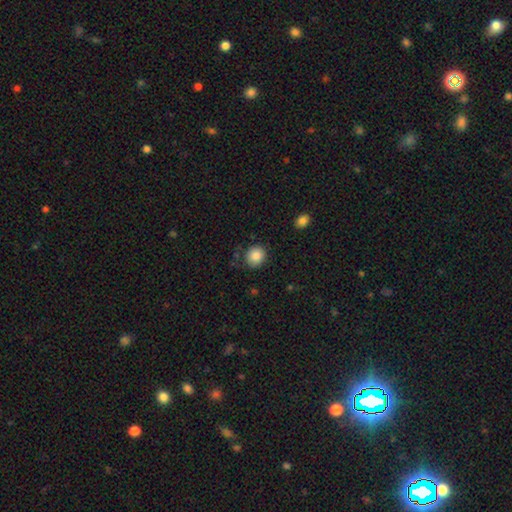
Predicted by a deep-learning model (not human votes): Overall: smooth (87%). How rounded: round (82%). Merging: none (83%).